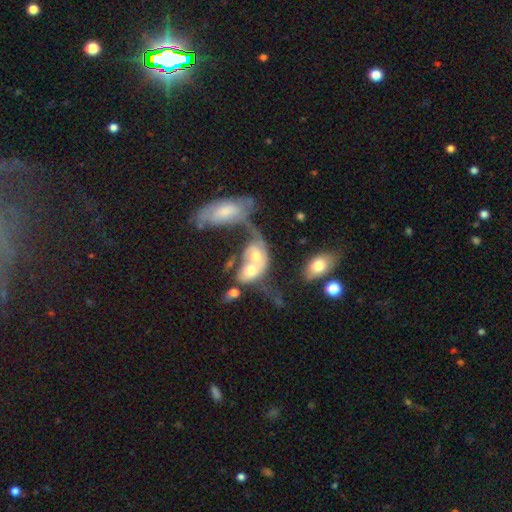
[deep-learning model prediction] smooth-or-featured: featured or disk: 50% | smooth: 41% | star or artifact: 10%
  merging: merger: 77% | major disturbance: 11% | none: 7% | minor disturbance: 5%